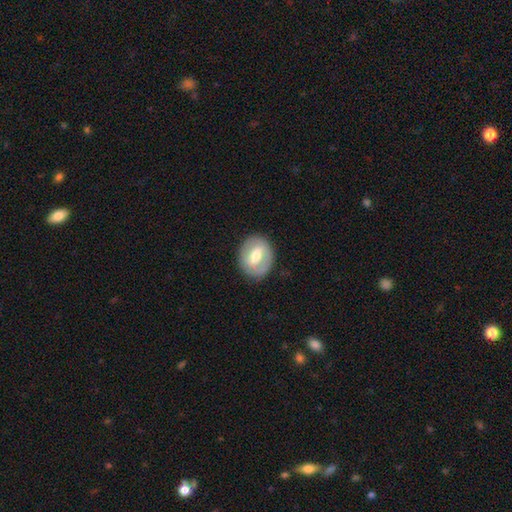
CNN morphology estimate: This appears to be a featured or disk galaxy (52%). Merging: none (84%).